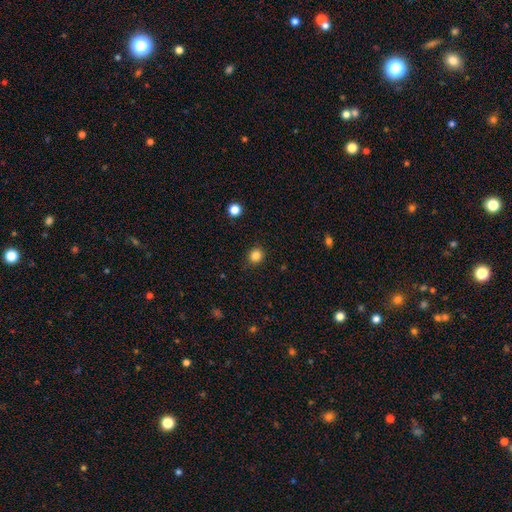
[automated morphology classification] Smooth or featured? smooth (84%)
How rounded? round (87%)
Merging? none (89%)